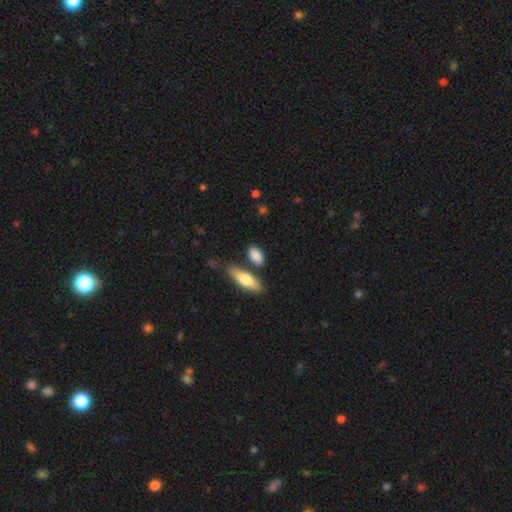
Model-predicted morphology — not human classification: Smooth or featured: smooth — 85% (featured or disk — 9%)
How rounded: in between — 82% (cigar-shaped — 12%)
Merging: none — 71% (minor disturbance — 14%)